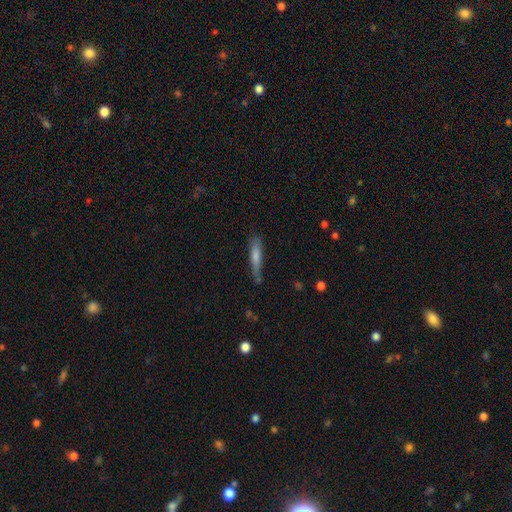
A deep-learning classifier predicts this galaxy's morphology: Smooth or featured?
  - smooth: 59% *
  - featured or disk: 33%
  - star or artifact: 8%
How rounded?
  - cigar-shaped: 89% *
  - in between: 9%
  - round: 2%
Merging?
  - none: 68% *
  - minor disturbance: 22%
  - major disturbance: 6%
  - merger: 4%